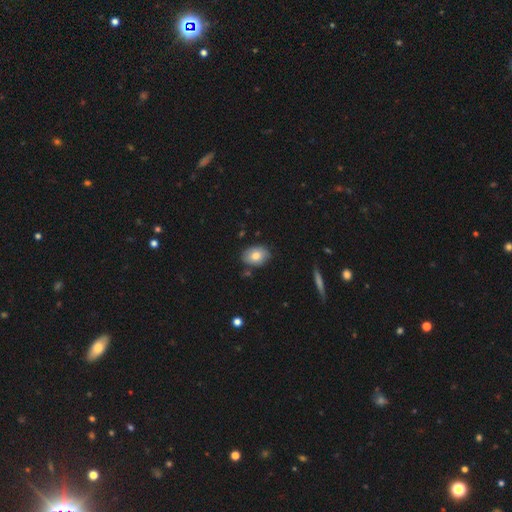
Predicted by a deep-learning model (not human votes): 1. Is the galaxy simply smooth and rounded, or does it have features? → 78% smooth, 14% featured or disk, 8% star or artifact.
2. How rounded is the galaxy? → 75% in between, 24% round, 1% cigar-shaped.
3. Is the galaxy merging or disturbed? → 82% none, 12% minor disturbance, 3% merger, 2% major disturbance.